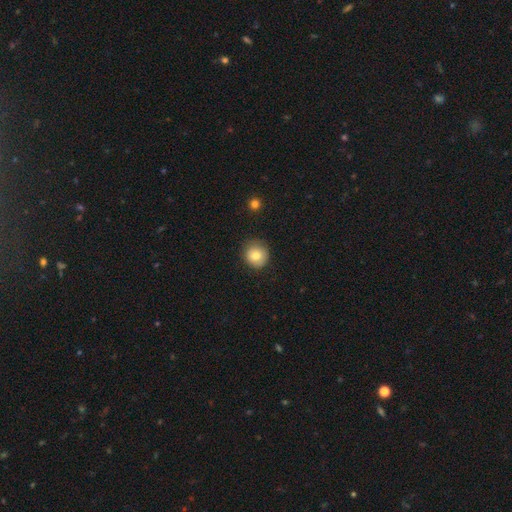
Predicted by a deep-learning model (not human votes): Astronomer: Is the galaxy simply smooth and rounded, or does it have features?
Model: smooth — 78%.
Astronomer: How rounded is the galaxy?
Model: round — 91%.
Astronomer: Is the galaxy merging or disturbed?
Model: none — 84%.